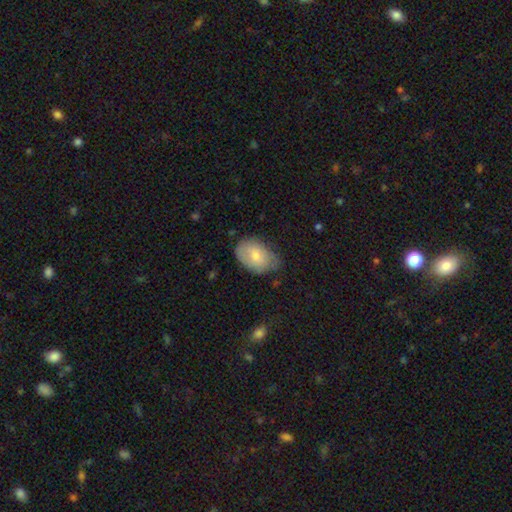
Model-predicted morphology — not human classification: type=smooth (72%); roundness=in between (85%); merging=none (60%).